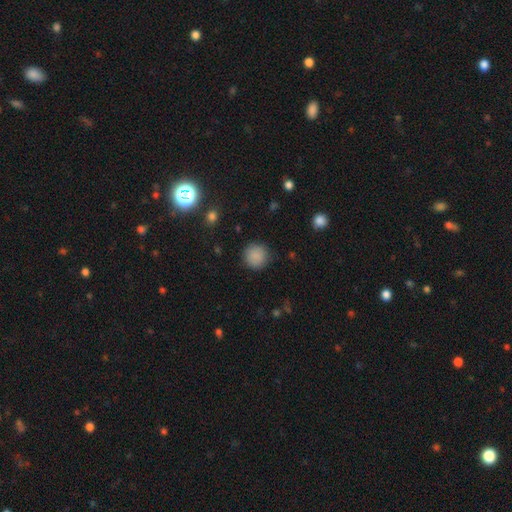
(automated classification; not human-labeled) A smooth galaxy with no disk features (87%) that is round (93%). Merging: none (88%).